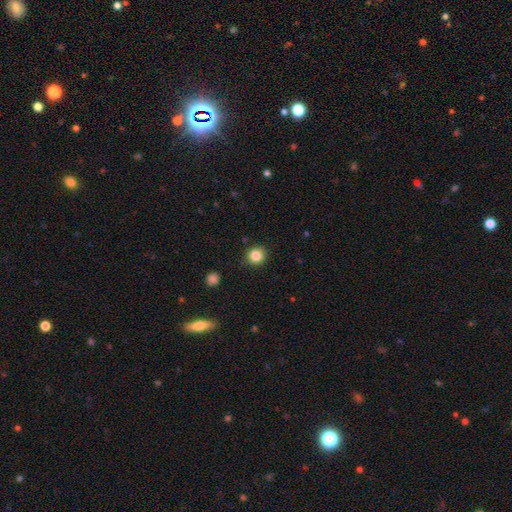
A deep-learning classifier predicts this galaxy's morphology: smooth 85%, star or artifact 11%, featured or disk 5%. Down the decision tree: how rounded — round (90%); merging — none (89%).